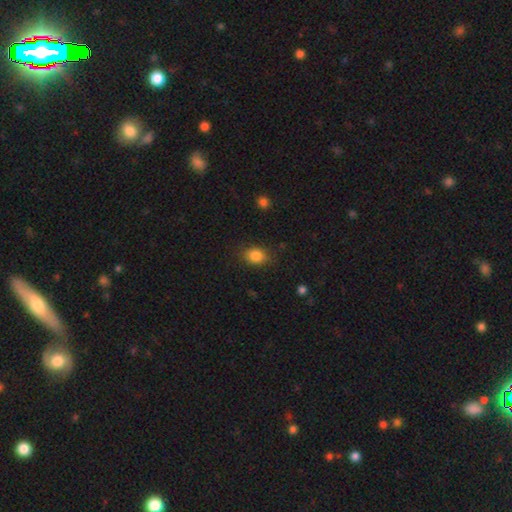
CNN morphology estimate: Smooth or featured? Predicted: smooth (p=0.84). How rounded? Predicted: in between (p=0.63). Merging? Predicted: none (p=0.81).